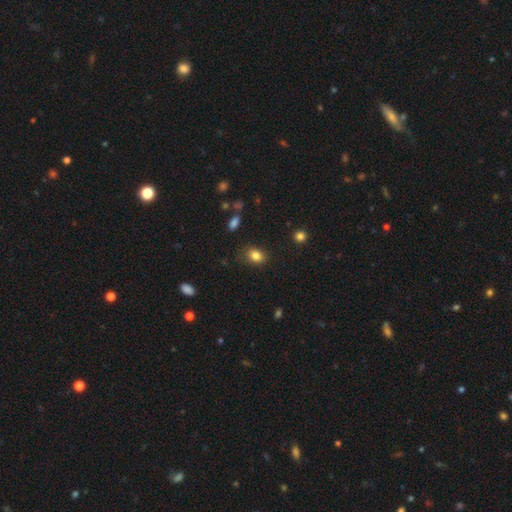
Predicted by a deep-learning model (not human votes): Smooth or featured?
  - smooth: 84% *
  - star or artifact: 10%
  - featured or disk: 6%
How rounded?
  - in between: 62% *
  - round: 37%
  - cigar-shaped: 1%
Merging?
  - none: 78% *
  - minor disturbance: 16%
  - major disturbance: 4%
  - merger: 2%